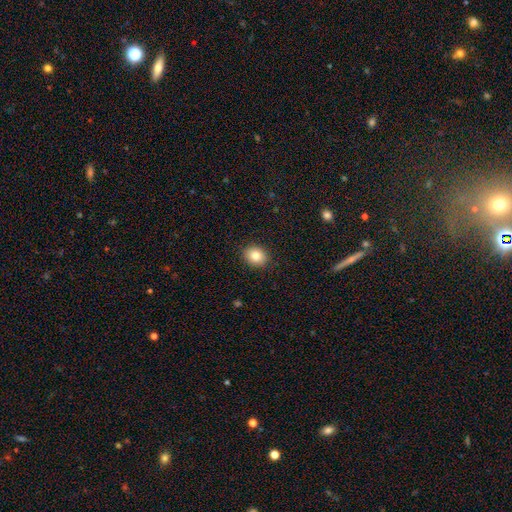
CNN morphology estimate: A smooth galaxy with no disk features (83%) that is round (61%).

Vote fractions:
- Smooth or featured? smooth: 83% / star or artifact: 9% / featured or disk: 8%
- How rounded? round: 61% / in between: 38% / cigar-shaped: 1%
- Merging? none: 91% / minor disturbance: 7% / major disturbance: 2% / merger: 1%